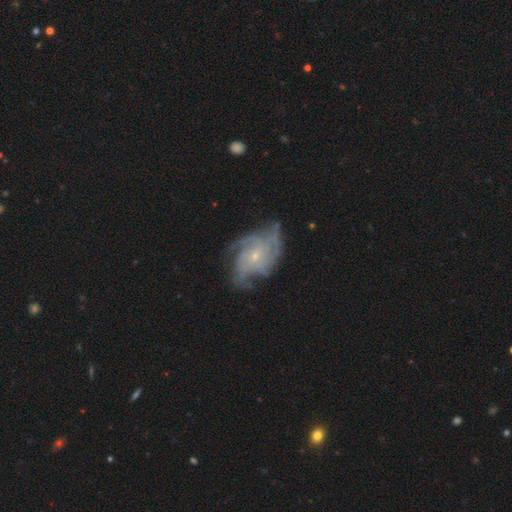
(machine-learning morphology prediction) smooth_or_featured: featured or disk (p=0.86) [alt: smooth p=0.08]
disk_edge_on: no (p=0.97) [alt: yes p=0.03]
bar: no (p=0.77) [alt: weak p=0.19]
has_spiral_arms: yes (p=0.96) [alt: no p=0.04]
spiral_winding: tight (p=0.47) [alt: medium p=0.41]
spiral_arm_count: 4 (p=0.31) [alt: 3 p=0.26]
bulge_size: small (p=0.79) [alt: moderate p=0.16]
merging: none (p=0.63) [alt: minor disturbance p=0.23]